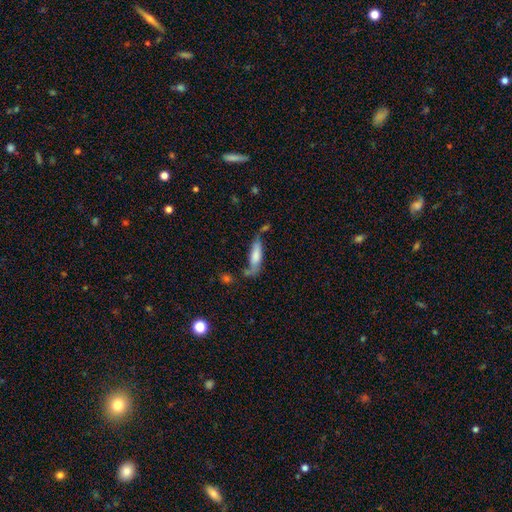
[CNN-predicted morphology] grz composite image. It shows a smooth galaxy with no disk features (66%) that is in between round and cigar-shaped (50%). Merging: none (39%).